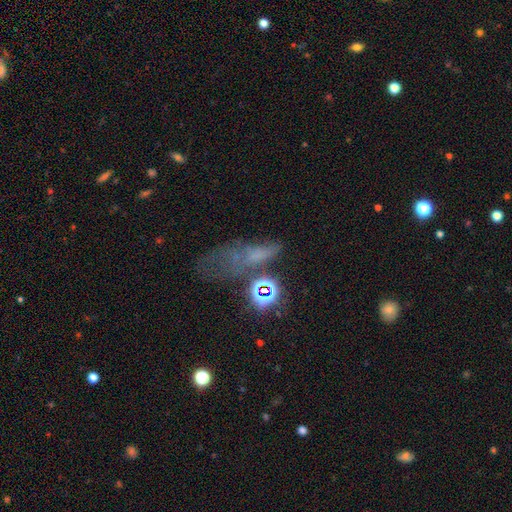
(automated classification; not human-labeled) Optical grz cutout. It shows a smooth galaxy with no disk features (39%). Merging: none (35%).